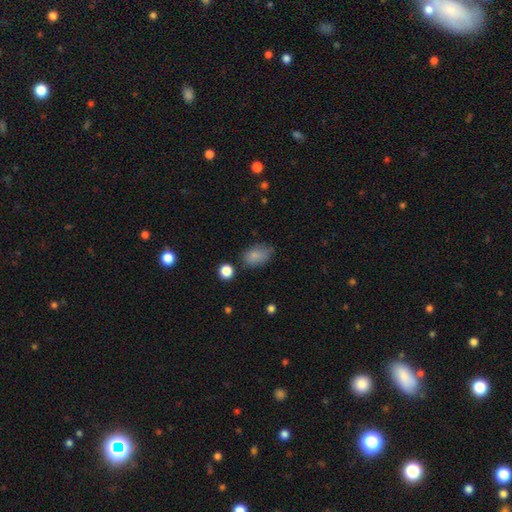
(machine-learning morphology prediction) Smooth or featured? smooth (83%)
How rounded? in between (86%)
Merging? none (62%)